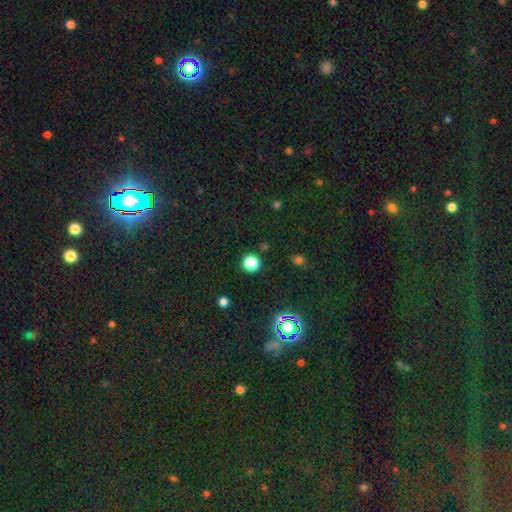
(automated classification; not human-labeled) Morphology: type=star or artifact (79%).